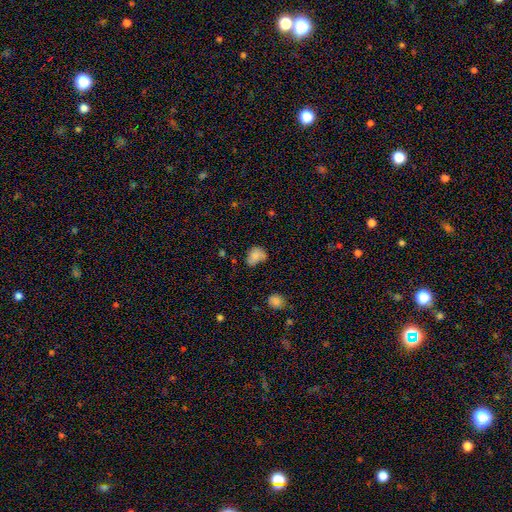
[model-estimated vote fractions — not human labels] smooth 73%, featured or disk 17%, star or artifact 10%. Down the decision tree: how rounded — in between (58%); merging — none (44%).